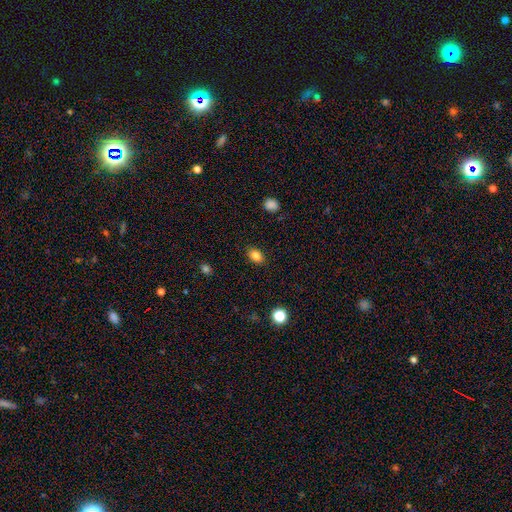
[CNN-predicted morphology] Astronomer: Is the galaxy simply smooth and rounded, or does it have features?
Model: smooth — 84%.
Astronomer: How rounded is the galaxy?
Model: in between — 74%.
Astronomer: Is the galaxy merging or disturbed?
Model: none — 88%.